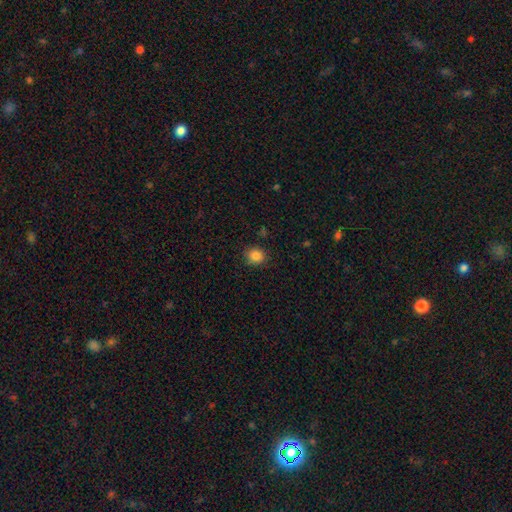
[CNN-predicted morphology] smooth 85%, star or artifact 11%, featured or disk 4%. Down the decision tree: how rounded — round (82%); merging — none (87%).